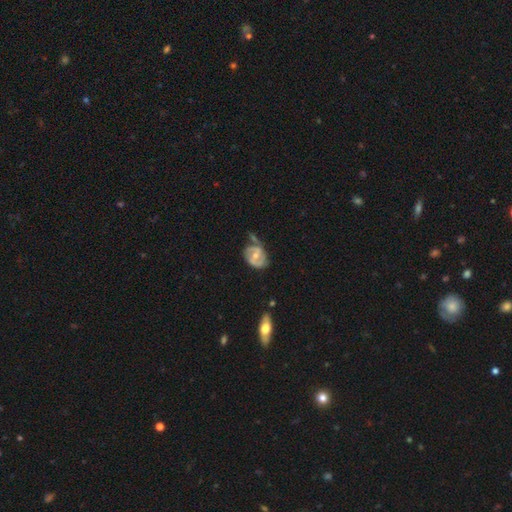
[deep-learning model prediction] A featured or disk galaxy (71%) with no bar (43%, tied with weak), 2 (71%) medium (42%) spiral arms (78%) and a moderate central bulge (58%).

Vote fractions:
- Smooth or featured? featured or disk: 71% / smooth: 23% / star or artifact: 6%
- Edge-on disk? no: 97% / yes: 3%
- Bar? no: 43% (tied) / weak: 43% (tied) / strong: 15%
- Spiral arms? yes: 78% / no: 22%
- Spiral winding? medium: 42% / tight: 40% / loose: 19%
- Spiral arm count? 2: 71% / can't tell: 16% / 1: 7% / 3: 4% / 4: 1% / more than 4: 1%
- Bulge size? moderate: 58% / small: 37% / large: 2% / none: 2% / dominant: 1%
- Merging? none: 46% / minor disturbance: 29% / major disturbance: 14% / merger: 11%